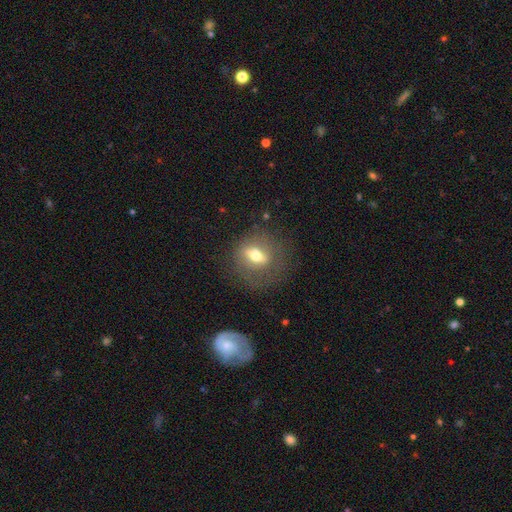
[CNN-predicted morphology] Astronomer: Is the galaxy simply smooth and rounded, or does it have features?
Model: smooth — 46% (runner-up: featured or disk, 43%).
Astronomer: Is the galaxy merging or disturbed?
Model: none — 69%.